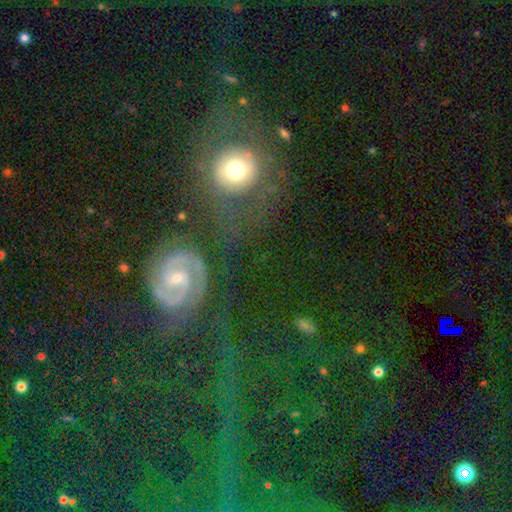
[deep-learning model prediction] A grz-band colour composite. It shows a featured or disk galaxy (40%). Merging: none (70%).